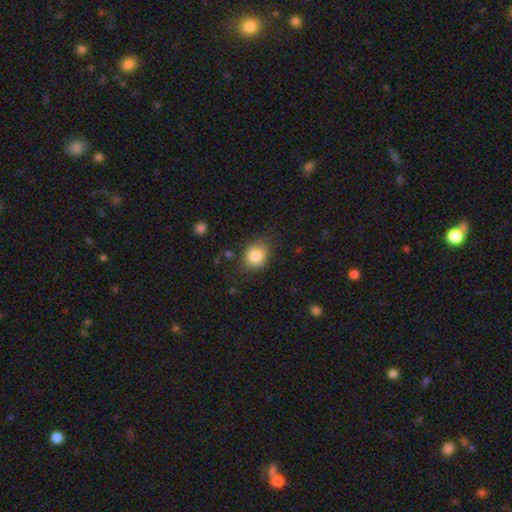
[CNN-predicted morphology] Q: Smooth or featured?
A: smooth (83%); runner-up: star or artifact (10%)
Q: How rounded?
A: round (64%); runner-up: in between (35%)
Q: Merging?
A: none (77%); runner-up: minor disturbance (17%)